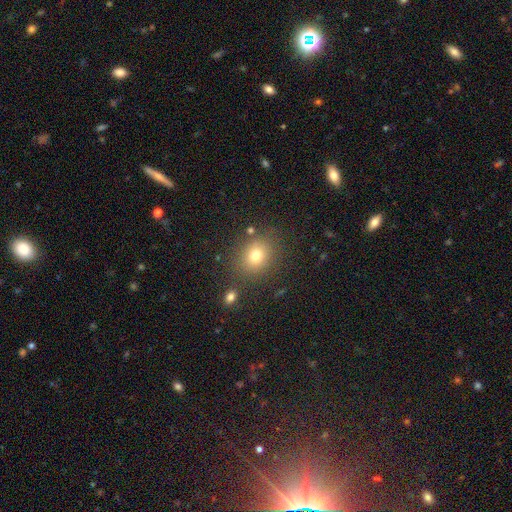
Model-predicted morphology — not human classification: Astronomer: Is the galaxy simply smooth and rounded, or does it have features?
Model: smooth — 74%.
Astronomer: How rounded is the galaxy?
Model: round — 68%.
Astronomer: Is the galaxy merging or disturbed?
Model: none — 81%.